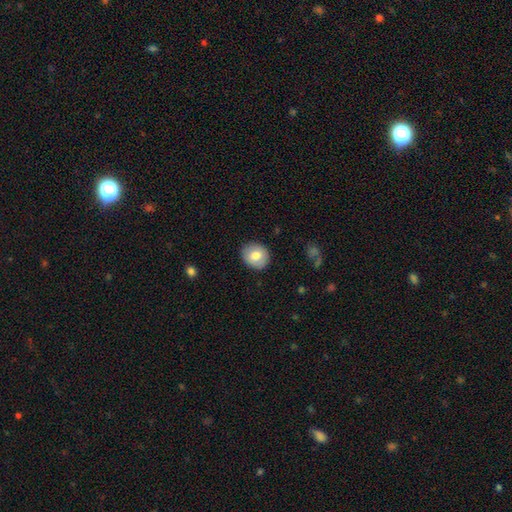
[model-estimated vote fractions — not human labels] Smooth or featured? smooth (76%)
How rounded? round (71%)
Merging? none (86%)